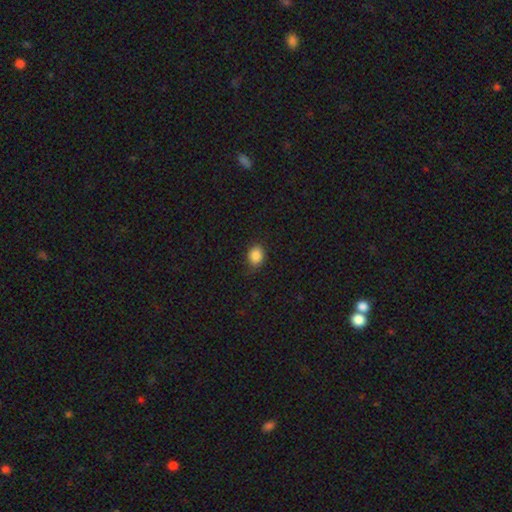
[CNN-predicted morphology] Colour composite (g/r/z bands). It shows a smooth galaxy with no disk features (86%) that is in between round and cigar-shaped (50%). Merging: none (77%).